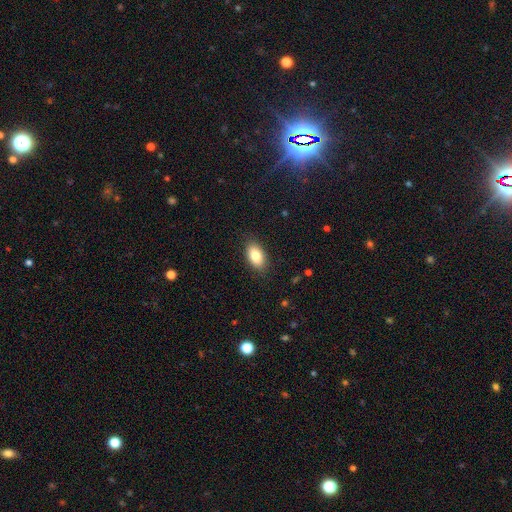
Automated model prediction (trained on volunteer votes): A smooth galaxy with no disk features (83%) that is in between round and cigar-shaped (92%).

Vote fractions:
- Smooth or featured? smooth: 83% / featured or disk: 9% / star or artifact: 7%
- How rounded? in between: 92% / round: 6% / cigar-shaped: 2%
- Merging? none: 87% / minor disturbance: 10% / major disturbance: 2% / merger: 1%